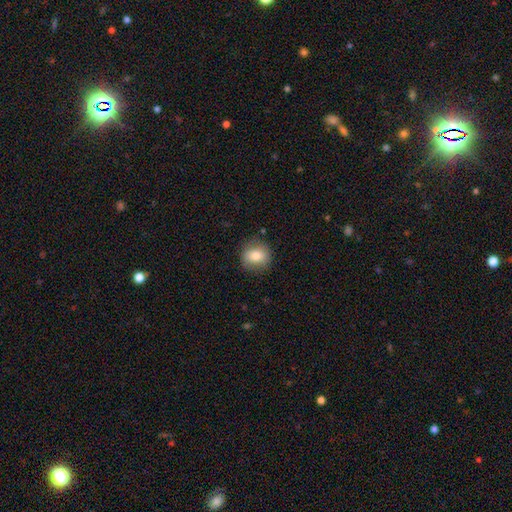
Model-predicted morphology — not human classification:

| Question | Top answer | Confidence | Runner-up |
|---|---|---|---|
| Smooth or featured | smooth | 78% | featured or disk (13%) |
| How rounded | round | 82% | in between (17%) |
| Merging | none | 82% | minor disturbance (13%) |